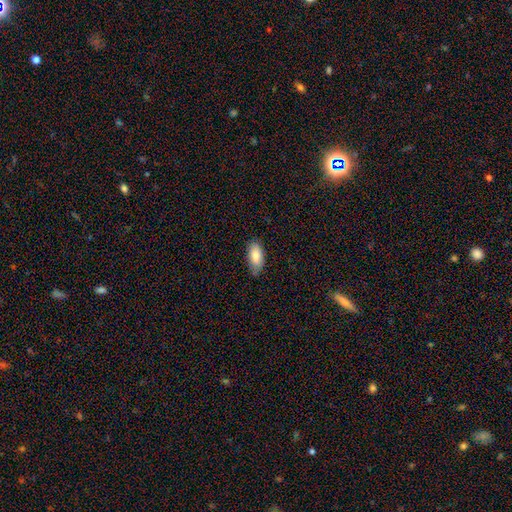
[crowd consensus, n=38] Q: Smooth or featured?
A: smooth (87%); runner-up: featured or disk (8%)
Q: How rounded?
A: in between (85%); runner-up: cigar-shaped (9%)
Q: Merging?
A: none (69%); runner-up: minor disturbance (25%)